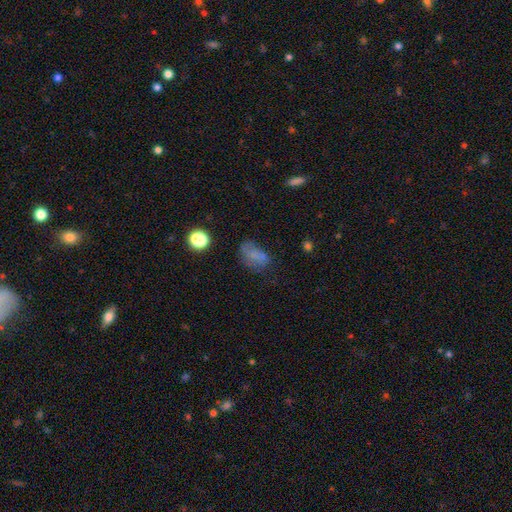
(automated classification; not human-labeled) Smooth or featured? smooth (63%)
How rounded? in between (83%)
Merging? none (49%)